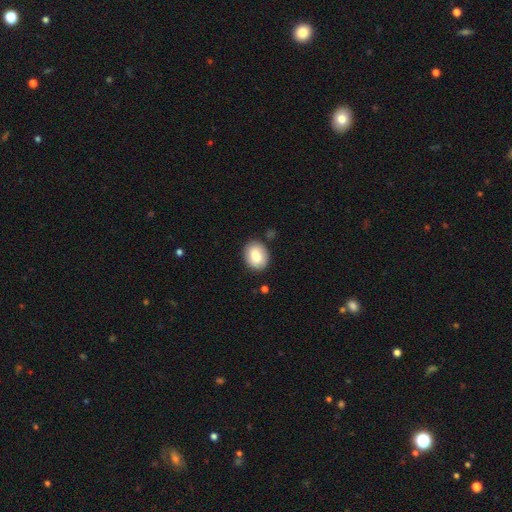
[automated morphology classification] This is likely a smooth galaxy (78%). How rounded: possibly round (51%). Merging: clearly none (85%).